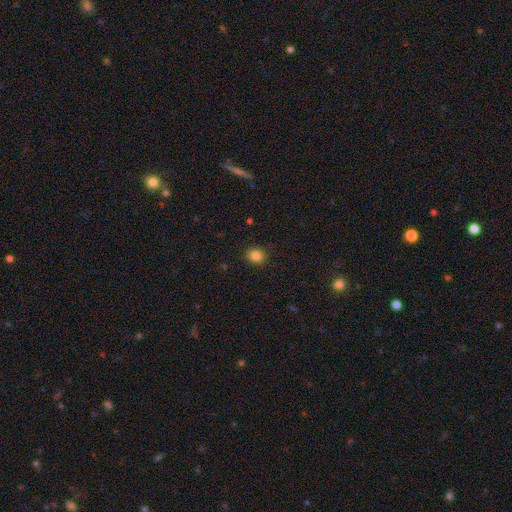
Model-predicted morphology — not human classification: Smooth or featured?
  - smooth: 84% *
  - star or artifact: 12%
  - featured or disk: 4%
How rounded?
  - round: 75% *
  - in between: 25%
  - cigar-shaped: 1%
Merging?
  - none: 90% *
  - minor disturbance: 7%
  - major disturbance: 2%
  - merger: 1%